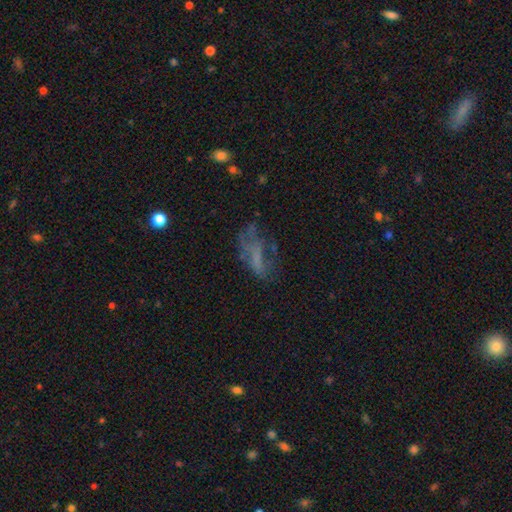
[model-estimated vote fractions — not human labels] Smooth or featured? featured or disk (42%)
Merging? none (41%)